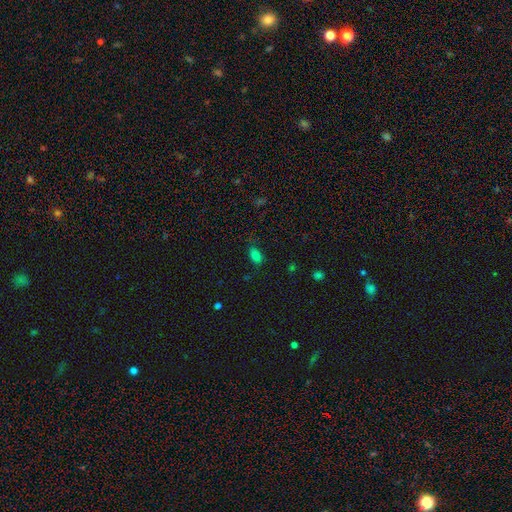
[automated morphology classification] Smooth or featured? smooth (80%)
How rounded? in between (90%)
Merging? none (72%)